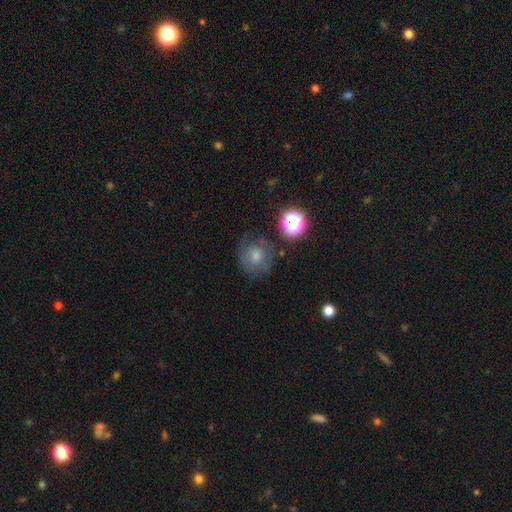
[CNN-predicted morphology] This appears to be a smooth galaxy with no disk features (59%) that is round (86%). Merging: none (65%).